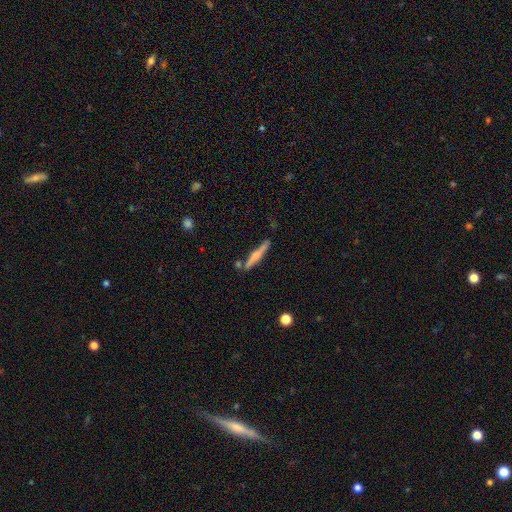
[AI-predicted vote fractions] A featured or disk galaxy (50%).

Vote fractions:
- Smooth or featured? featured or disk: 50% / smooth: 44% / star or artifact: 6%
- Merging? none: 77% / minor disturbance: 14% / merger: 7% / major disturbance: 3%